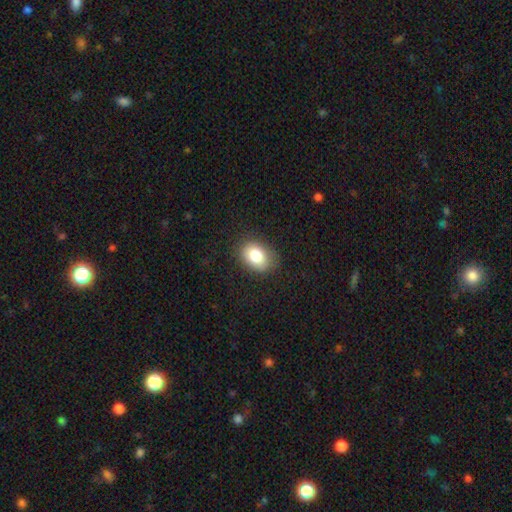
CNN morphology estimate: Smooth or featured?
  - smooth: 82% *
  - featured or disk: 9%
  - star or artifact: 9%
How rounded?
  - in between: 73% *
  - round: 26%
  - cigar-shaped: 1%
Merging?
  - none: 84% *
  - minor disturbance: 12%
  - major disturbance: 3%
  - merger: 1%